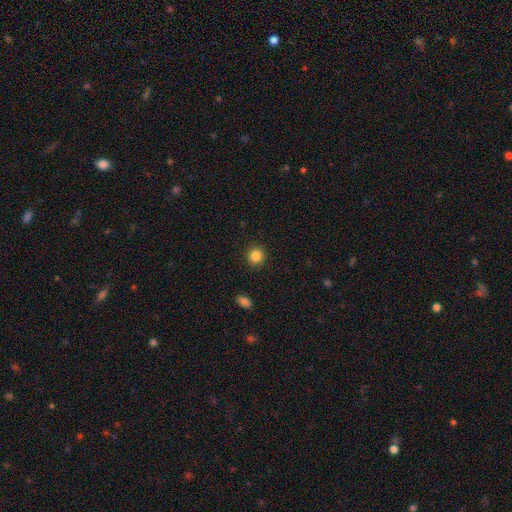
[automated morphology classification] This appears to be a smooth galaxy with no disk features (85%) that is round (93%). Merging: none (92%).